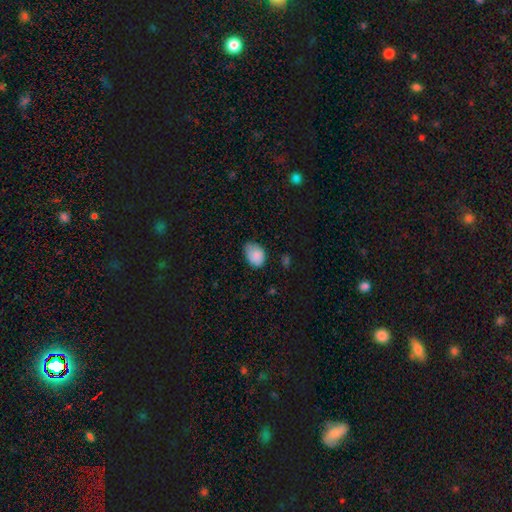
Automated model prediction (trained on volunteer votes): A smooth galaxy with no disk features (86%) that is in between round and cigar-shaped (75%).

Vote fractions:
- Smooth or featured? smooth: 86% / star or artifact: 8% / featured or disk: 6%
- How rounded? in between: 75% / round: 24% / cigar-shaped: 1%
- Merging? none: 54% / minor disturbance: 38% / major disturbance: 6% / merger: 2%